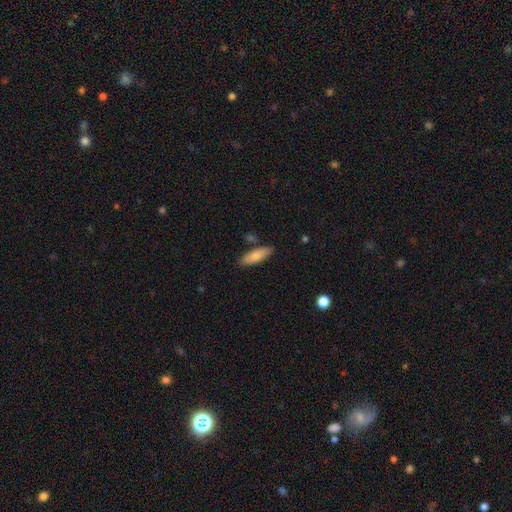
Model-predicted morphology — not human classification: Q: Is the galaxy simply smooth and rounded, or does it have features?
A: smooth — 79%.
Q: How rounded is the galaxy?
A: in between — 51%.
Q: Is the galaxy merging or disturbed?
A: none — 82%.